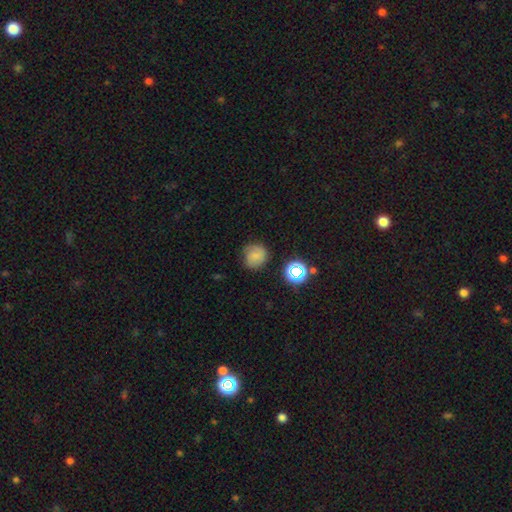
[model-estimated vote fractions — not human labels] A smooth galaxy with no disk features (70%) that is round (87%).

Vote fractions:
- Smooth or featured? smooth: 70% / star or artifact: 16% / featured or disk: 14%
- How rounded? round: 87% / in between: 12% / cigar-shaped: 1%
- Merging? none: 74% / minor disturbance: 18% / major disturbance: 5% / merger: 3%